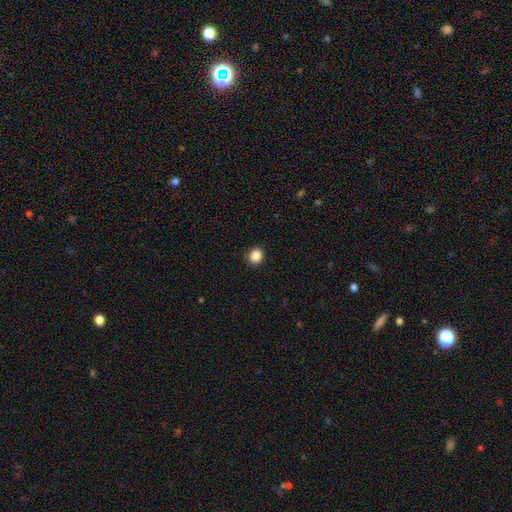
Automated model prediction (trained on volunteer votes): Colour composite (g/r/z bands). It shows a smooth galaxy with no disk features (87%) that is round (76%). Merging: none (90%).